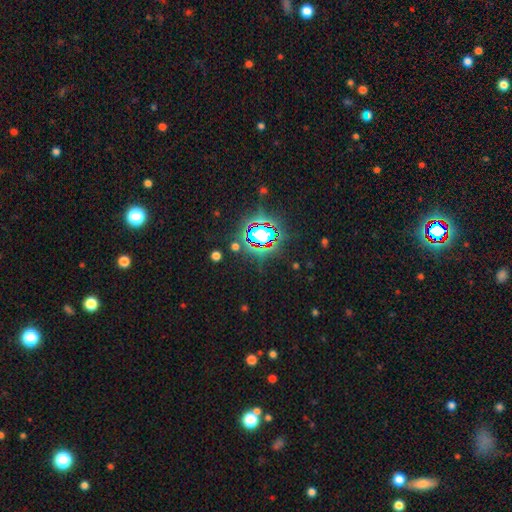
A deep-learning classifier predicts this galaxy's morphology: A star or artifact, not a galaxy (84%).